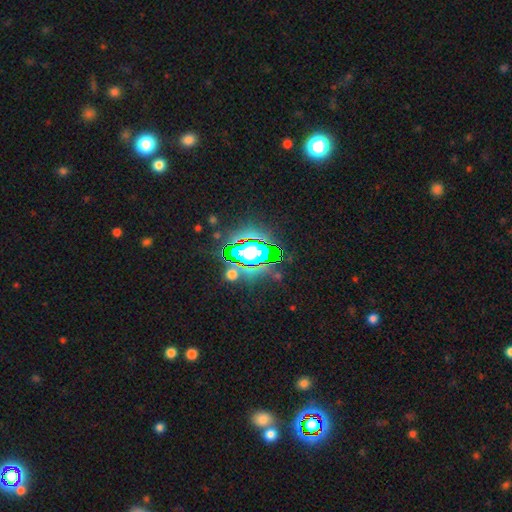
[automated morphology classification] Smooth or featured? star or artifact (70%)